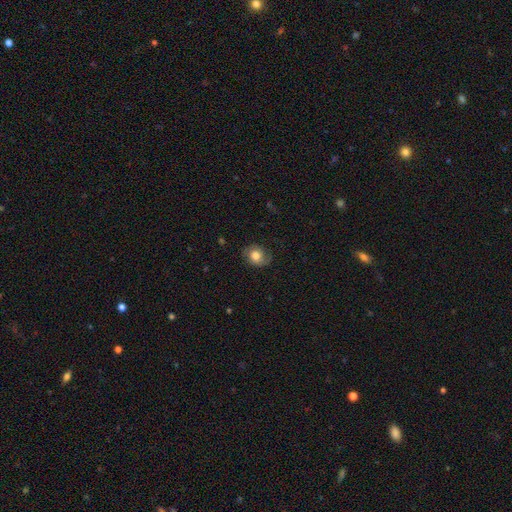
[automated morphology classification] Smooth or featured? Predicted: smooth (p=0.65). How rounded? Predicted: round (p=0.61). Merging? Predicted: none (p=0.71).